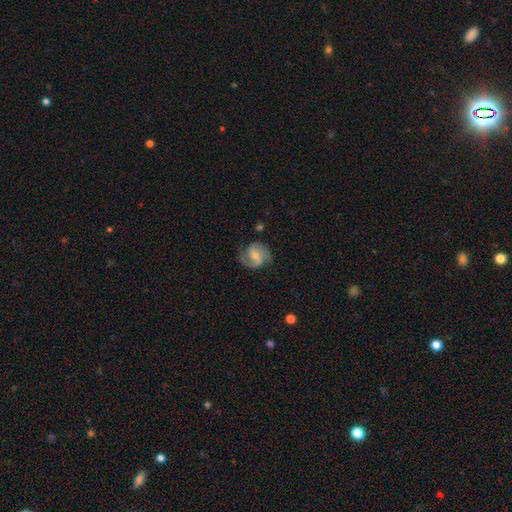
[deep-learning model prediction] This is likely a featured or disk galaxy (77%). It is clearly not viewed edge-on (98%). Bar: possibly weak (48%). Spiral arm pattern: clearly yes (95%). Spiral arm count: clearly 2 (86%). Spiral winding: possibly medium (52%). Central bulge: possibly small (52%). Merging: likely none (73%).